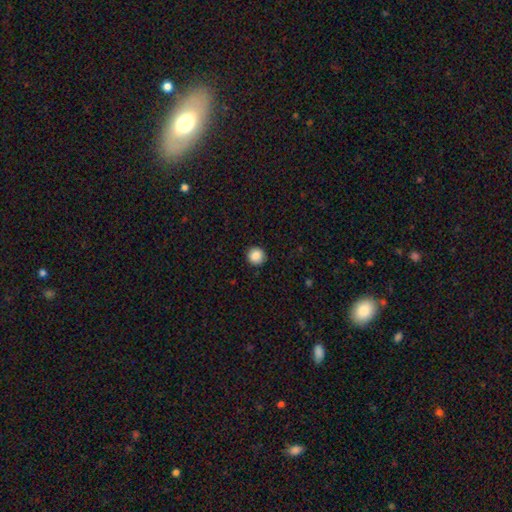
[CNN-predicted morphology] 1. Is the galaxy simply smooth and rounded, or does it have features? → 87% smooth, 9% star or artifact, 4% featured or disk.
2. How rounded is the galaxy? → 94% round, 5% in between, 1% cigar-shaped.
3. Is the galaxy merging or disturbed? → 92% none, 6% minor disturbance, 2% major disturbance, 1% merger.